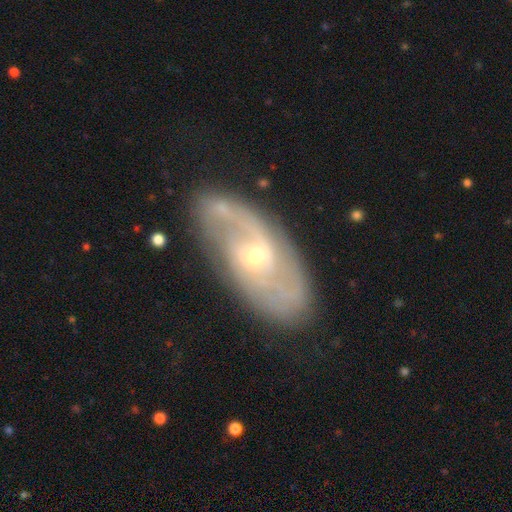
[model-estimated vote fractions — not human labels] Smooth or featured? Predicted: featured or disk (p=0.81). Edge-on disk? Predicted: no (p=0.93). Bar? Predicted: no (p=0.54). Spiral arms? Predicted: yes (p=0.90). Spiral winding? Predicted: medium (p=0.44). Spiral arm count? Predicted: 2 (p=0.61). Bulge size? Predicted: small (p=0.66). Merging? Predicted: none (p=0.74).